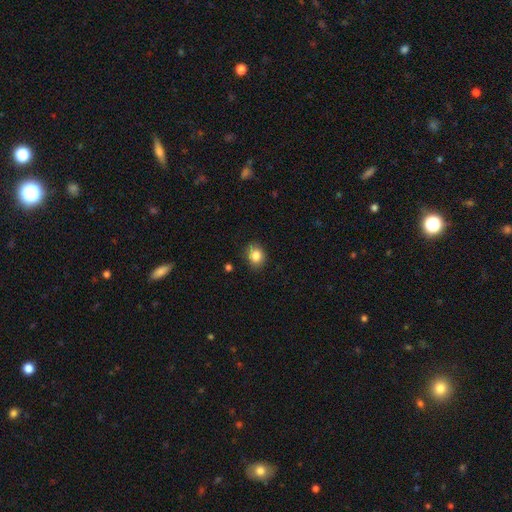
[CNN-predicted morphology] Smooth or featured? Predicted: smooth (p=0.84). How rounded? Predicted: round (p=0.54). Merging? Predicted: none (p=0.85).